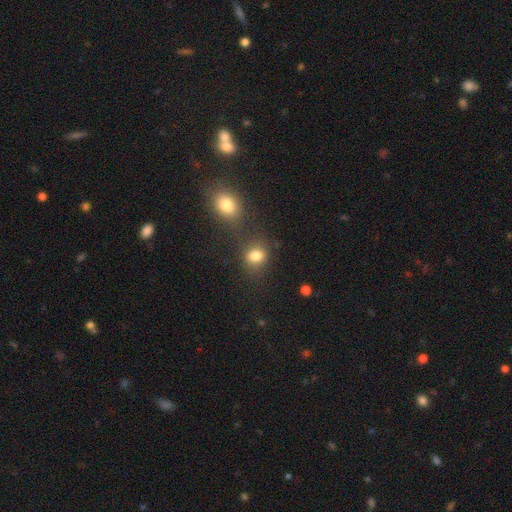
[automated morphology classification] A smooth galaxy with no disk features (79%) that is in between round and cigar-shaped (52%).

Vote fractions:
- Smooth or featured? smooth: 79% / star or artifact: 13% / featured or disk: 8%
- How rounded? in between: 52% / round: 46% / cigar-shaped: 1%
- Merging? none: 60% / merger: 20% / minor disturbance: 14% / major disturbance: 6%